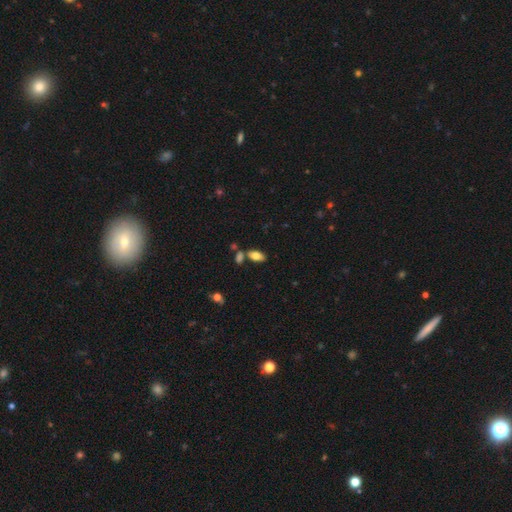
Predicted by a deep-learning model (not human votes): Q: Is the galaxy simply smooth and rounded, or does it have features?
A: smooth — 79%.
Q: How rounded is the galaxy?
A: in between — 91%.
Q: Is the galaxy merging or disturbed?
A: none — 70%.